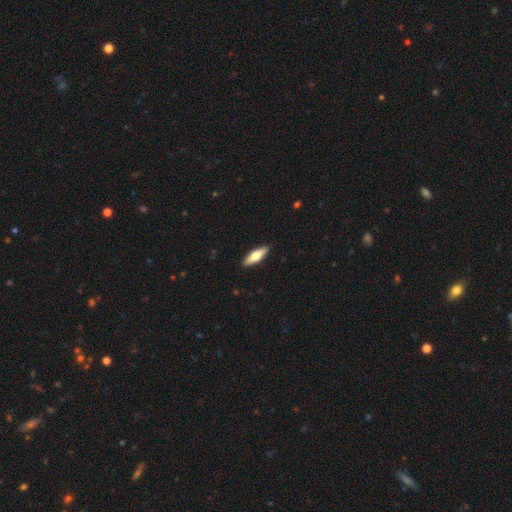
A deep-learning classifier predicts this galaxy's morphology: smooth-or-featured: smooth: 58% | featured or disk: 37% | star or artifact: 5%
  how-rounded: cigar-shaped: 50% | in between: 48% | round: 2%
  merging: none: 90% | minor disturbance: 7% | major disturbance: 2% | merger: 1%